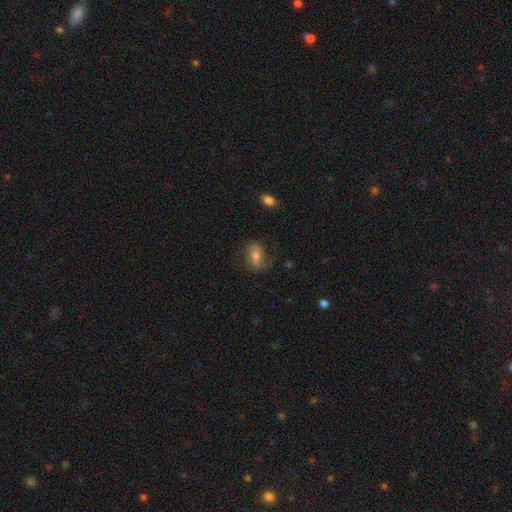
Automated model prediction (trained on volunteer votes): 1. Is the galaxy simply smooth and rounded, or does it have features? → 46% smooth, 43% featured or disk, 11% star or artifact.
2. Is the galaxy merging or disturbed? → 66% none, 22% minor disturbance, 10% major disturbance, 2% merger.